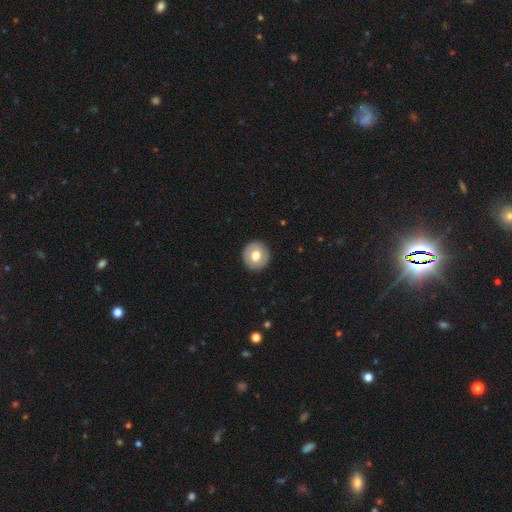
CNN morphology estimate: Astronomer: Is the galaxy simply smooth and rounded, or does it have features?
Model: smooth — 67%.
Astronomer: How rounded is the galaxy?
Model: round — 93%.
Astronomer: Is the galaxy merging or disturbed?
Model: none — 91%.